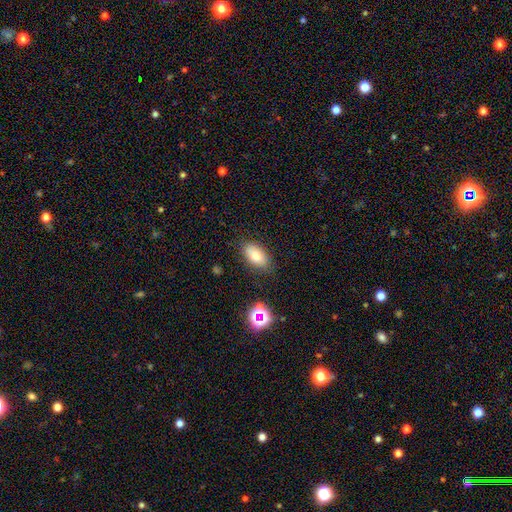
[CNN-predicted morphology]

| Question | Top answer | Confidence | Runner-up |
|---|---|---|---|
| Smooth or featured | smooth | 78% | featured or disk (11%) |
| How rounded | in between | 91% | round (5%) |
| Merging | none | 81% | minor disturbance (13%) |